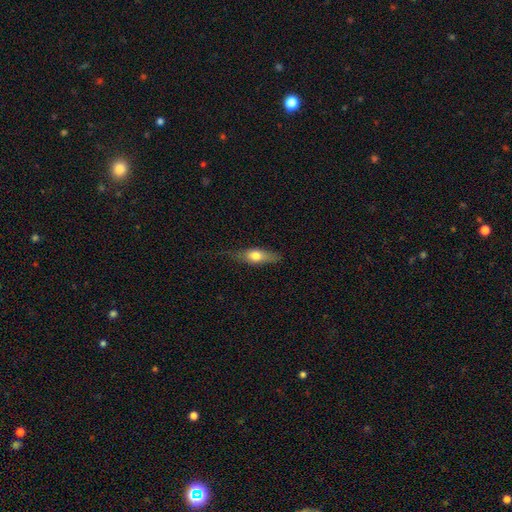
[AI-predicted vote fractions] Morphology: type=smooth (66%); roundness=in between (60%); merging=none (62%).